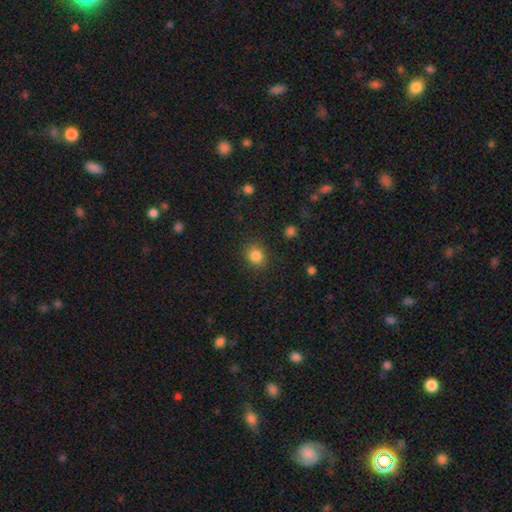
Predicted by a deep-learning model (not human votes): Smooth or featured? Predicted: smooth (p=0.84). How rounded? Predicted: round (p=0.70). Merging? Predicted: none (p=0.87).